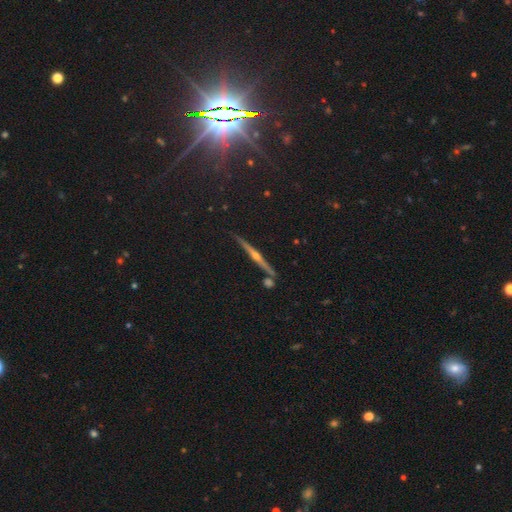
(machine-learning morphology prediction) smooth-or-featured: featured or disk: 80% | smooth: 10% | star or artifact: 10%
  disk-edge-on: yes: 98% | no: 2%
    edge-on-bulge: rounded: 90% | none: 6% | boxy: 4%
  merging: none: 87% | minor disturbance: 7% | merger: 4% | major disturbance: 2%